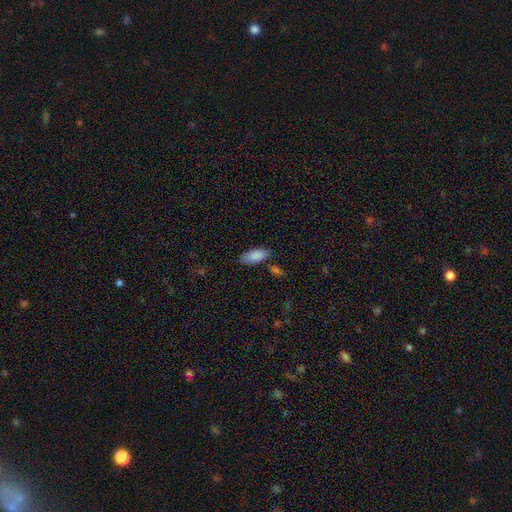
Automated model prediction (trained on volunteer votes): Smooth or featured?
  - smooth: 87% *
  - star or artifact: 7%
  - featured or disk: 6%
How rounded?
  - in between: 83% *
  - cigar-shaped: 15%
  - round: 2%
Merging?
  - none: 74% *
  - minor disturbance: 15%
  - merger: 7%
  - major disturbance: 3%